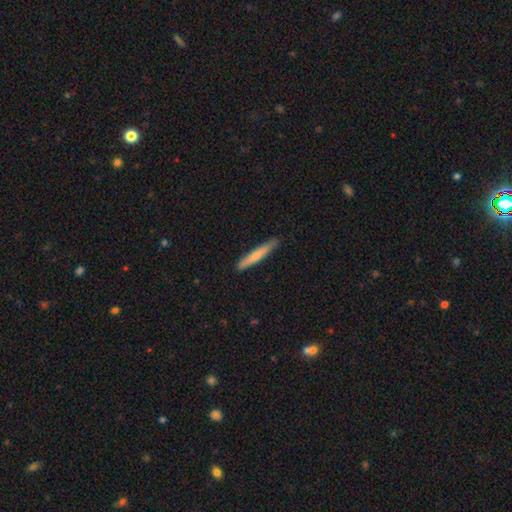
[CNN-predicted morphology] Smooth or featured: smooth — 64% (featured or disk — 31%)
How rounded: cigar-shaped — 95% (in between — 4%)
Merging: none — 88% (minor disturbance — 10%)